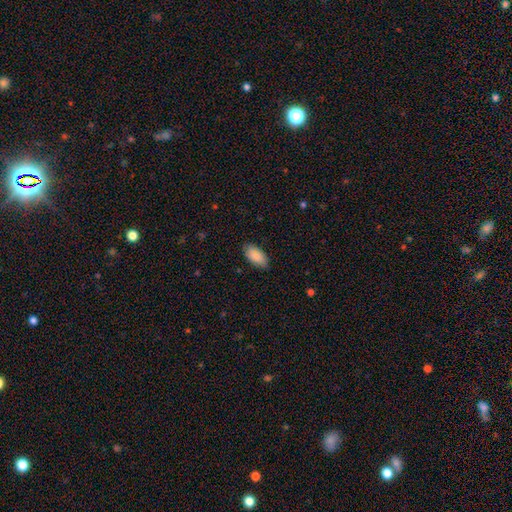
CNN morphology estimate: Q: Smooth or featured?
A: smooth (90%); runner-up: star or artifact (6%)
Q: How rounded?
A: in between (93%); runner-up: cigar-shaped (5%)
Q: Merging?
A: none (85%); runner-up: minor disturbance (12%)